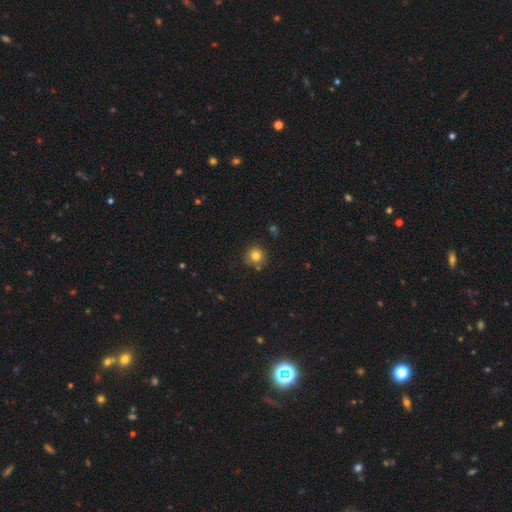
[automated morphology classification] Overall: smooth (81%). How rounded: round (93%). Merging: none (83%).